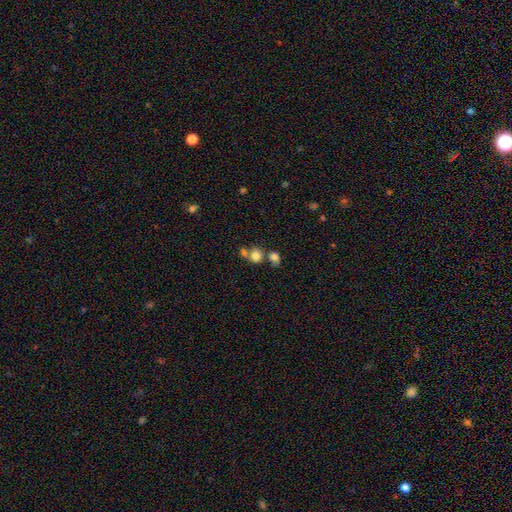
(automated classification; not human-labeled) The model was most divided on "merging": none: 44%, merger: 42%, minor disturbance: 9%, major disturbance: 5%. More confident: smooth or featured — smooth (79%); how rounded — round (77%).